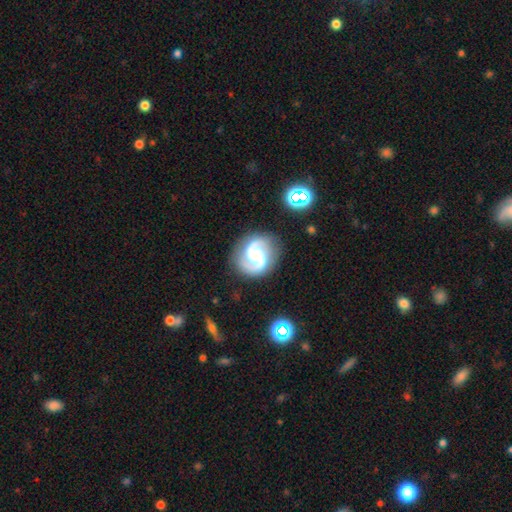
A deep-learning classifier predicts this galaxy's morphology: smooth_or_featured: featured or disk (p=0.90) [alt: smooth p=0.06]
disk_edge_on: no (p=0.98) [alt: yes p=0.02]
bar: weak (p=0.45) [alt: no p=0.37]
has_spiral_arms: yes (p=0.98) [alt: no p=0.02]
spiral_winding: medium (p=0.59) [alt: loose p=0.21]
spiral_arm_count: 2 (p=0.93) [alt: 1 p=0.02]
bulge_size: moderate (p=0.61) [alt: large p=0.20]
merging: none (p=0.84) [alt: minor disturbance p=0.11]